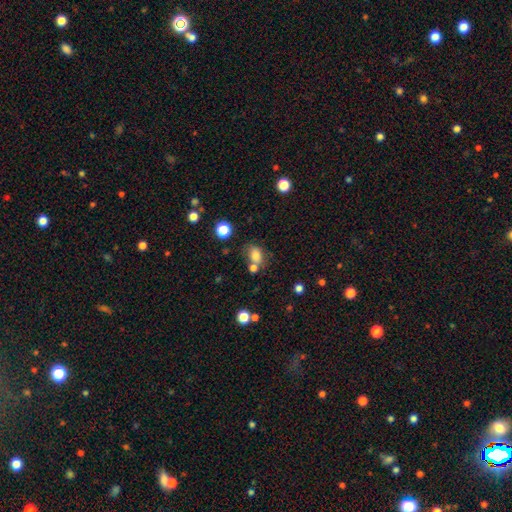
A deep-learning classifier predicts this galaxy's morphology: smooth_or_featured: smooth (p=0.79) [alt: star or artifact p=0.13]
how_rounded: in between (p=0.63) [alt: round p=0.36]
merging: none (p=0.56) [alt: merger p=0.22]